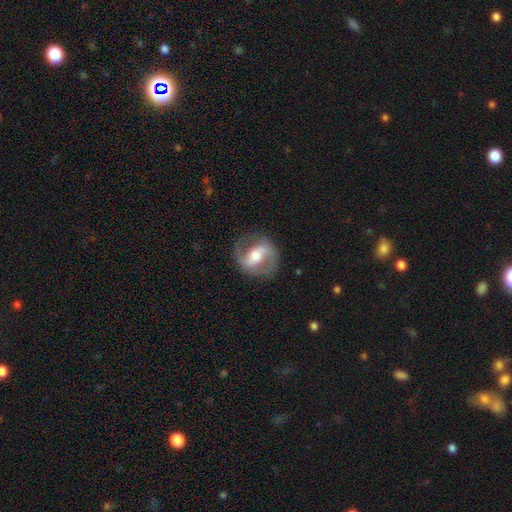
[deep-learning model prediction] Smooth or featured? Predicted: featured or disk (p=0.76). Edge-on disk? Predicted: no (p=0.95). Bar? Predicted: strong (p=0.47). Spiral arms? Predicted: yes (p=0.82). Spiral winding? Predicted: medium (p=0.51). Spiral arm count? Predicted: 2 (p=0.88). Bulge size? Predicted: moderate (p=0.64). Merging? Predicted: none (p=0.80).